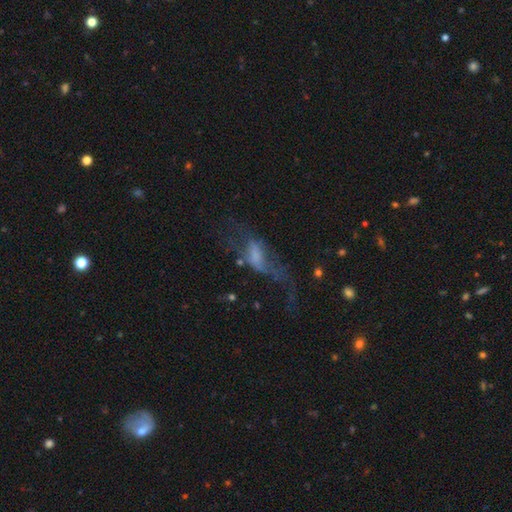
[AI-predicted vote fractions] Q: Smooth or featured?
A: featured or disk (53%); runner-up: smooth (33%)
Q: Edge-on disk?
A: no (85%); runner-up: yes (15%)
Q: Merging?
A: major disturbance (54%); runner-up: none (24%)